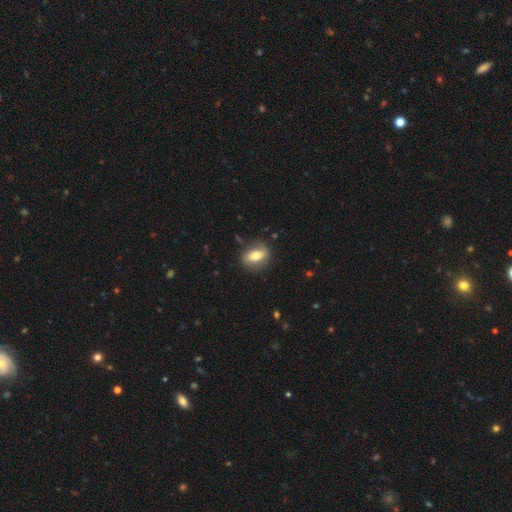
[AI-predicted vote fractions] Smooth or featured? smooth (61%)
How rounded? in between (71%)
Merging? none (81%)